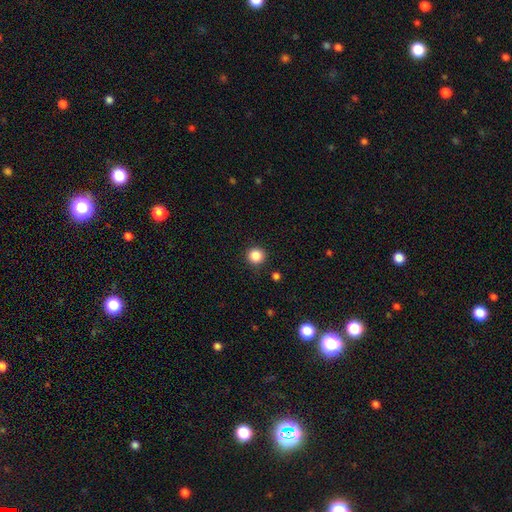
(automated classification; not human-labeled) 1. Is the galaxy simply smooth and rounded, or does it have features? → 86% smooth, 11% star or artifact, 3% featured or disk.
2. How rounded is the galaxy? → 95% round, 4% in between, 1% cigar-shaped.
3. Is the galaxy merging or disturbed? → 91% none, 6% minor disturbance, 2% major disturbance, 1% merger.